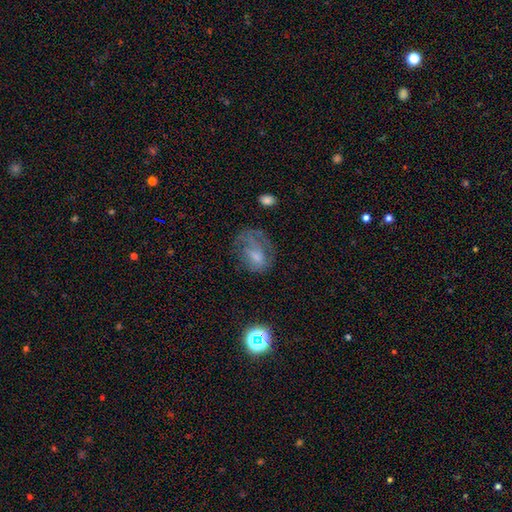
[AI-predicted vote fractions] The model was most divided on "merging": none: 40%, major disturbance: 35%, minor disturbance: 23%, merger: 2%. Remaining: smooth or featured — featured or disk (46%).